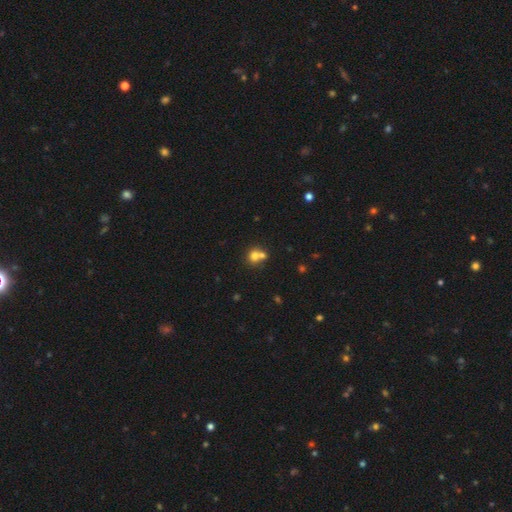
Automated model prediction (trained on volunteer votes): Q: Smooth or featured?
A: smooth (73%); runner-up: featured or disk (14%)
Q: How rounded?
A: round (79%); runner-up: in between (20%)
Q: Merging?
A: merger (52%); runner-up: none (38%)